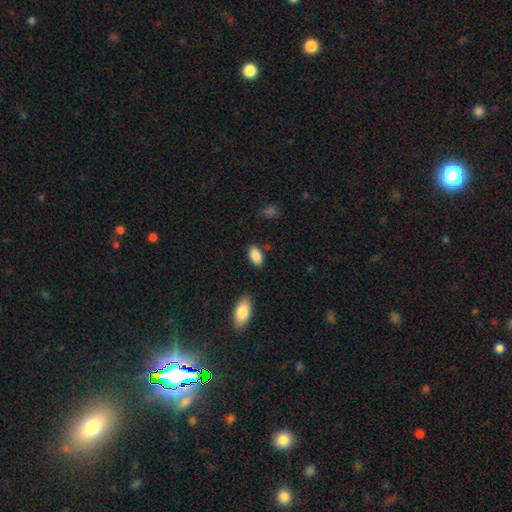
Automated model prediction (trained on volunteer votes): This appears to be a smooth galaxy with no disk features (88%) that is in between round and cigar-shaped (93%). Merging: none (82%).